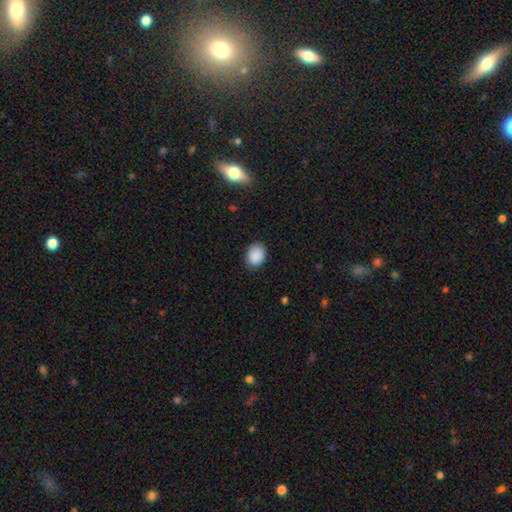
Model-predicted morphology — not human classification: Q: Smooth or featured?
A: smooth (89%); runner-up: star or artifact (8%)
Q: How rounded?
A: round (52%); runner-up: in between (48%)
Q: Merging?
A: none (85%); runner-up: minor disturbance (12%)